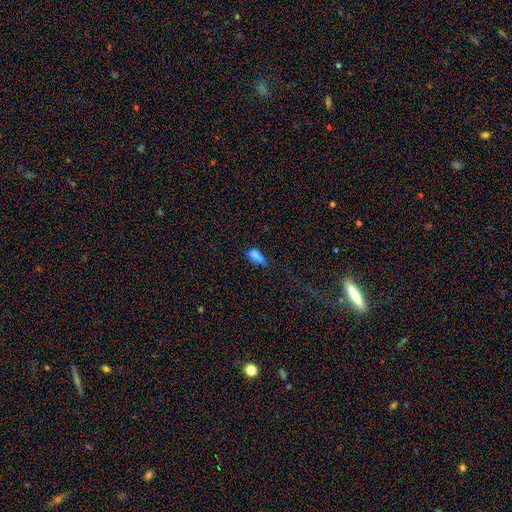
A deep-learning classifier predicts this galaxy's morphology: A smooth galaxy with no disk features (77%) that is in between round and cigar-shaped (83%). Merging: none (43%).